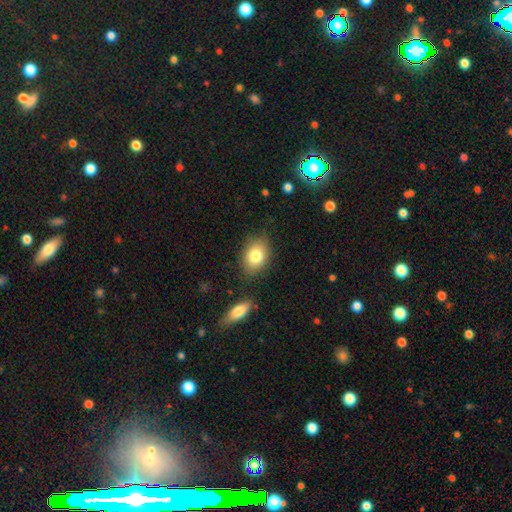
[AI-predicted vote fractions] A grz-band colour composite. It shows a smooth galaxy with no disk features (80%) that is in between round and cigar-shaped (74%). Merging: none (79%).